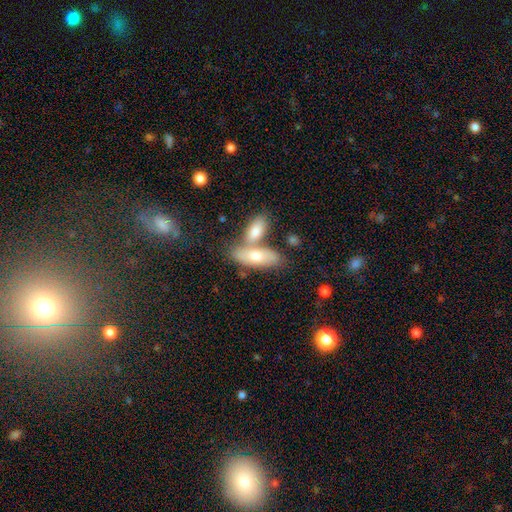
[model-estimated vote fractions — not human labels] smooth_or_featured: smooth (p=0.68) [alt: featured or disk p=0.26]
how_rounded: in between (p=0.70) [alt: cigar-shaped p=0.27]
merging: none (p=0.45) [alt: merger p=0.43]